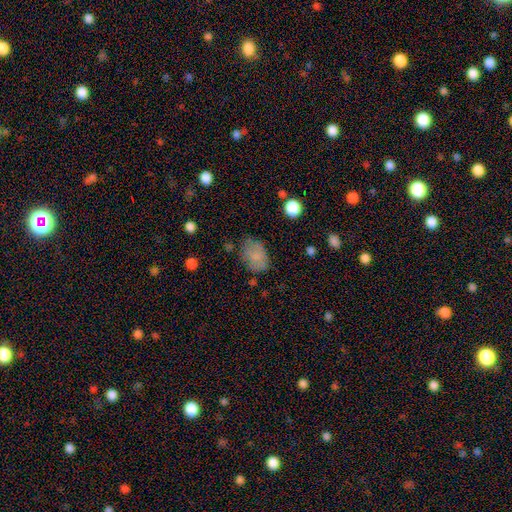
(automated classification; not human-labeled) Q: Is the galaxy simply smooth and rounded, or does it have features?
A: smooth — 78%.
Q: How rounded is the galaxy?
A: in between — 79%.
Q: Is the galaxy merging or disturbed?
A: none — 68%.